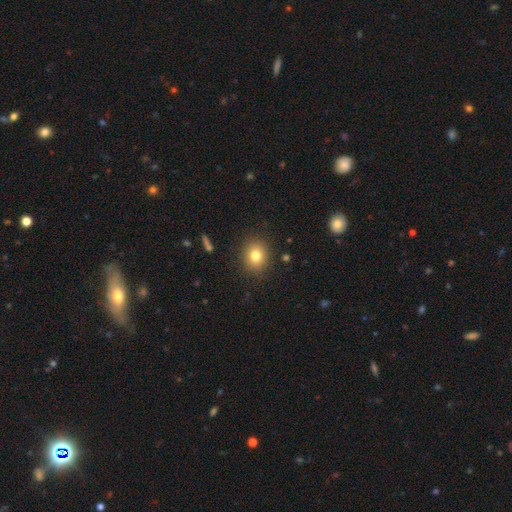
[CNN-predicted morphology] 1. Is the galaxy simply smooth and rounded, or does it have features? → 79% smooth, 12% star or artifact, 9% featured or disk.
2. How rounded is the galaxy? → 72% round, 27% in between, 1% cigar-shaped.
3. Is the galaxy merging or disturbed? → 89% none, 8% minor disturbance, 2% major disturbance, 1% merger.